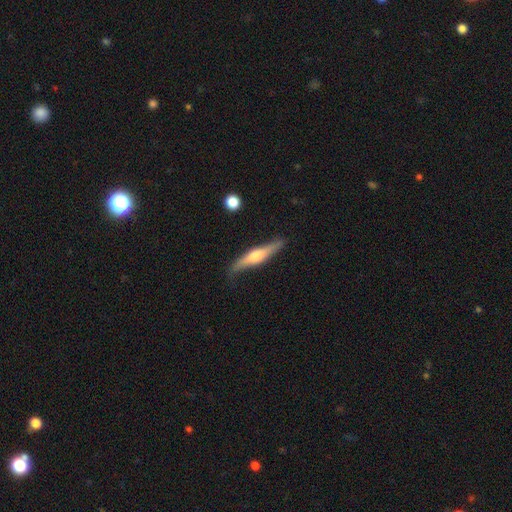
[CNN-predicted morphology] smooth-or-featured: featured or disk: 61% | smooth: 33% | star or artifact: 5%
  disk-edge-on: yes: 90% | no: 10%
    edge-on-bulge: rounded: 79% | boxy: 14% | none: 8%
  merging: none: 75% | minor disturbance: 19% | major disturbance: 4% | merger: 2%